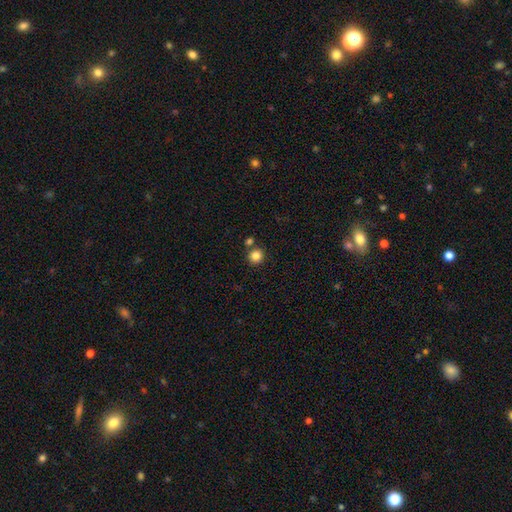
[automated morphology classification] This appears to be a smooth galaxy with no disk features (84%) that is round (93%). Merging: none (78%).